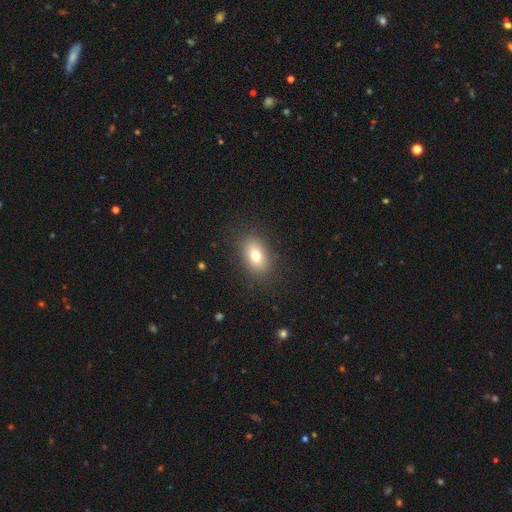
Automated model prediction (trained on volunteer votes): smooth 76%, featured or disk 13%, star or artifact 10%. Down the decision tree: how rounded — in between (82%); merging — none (85%).